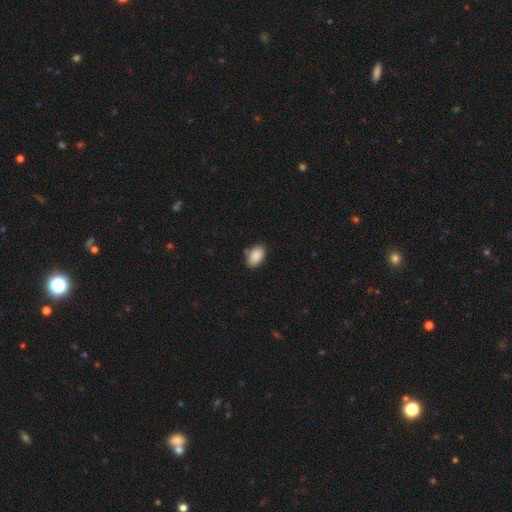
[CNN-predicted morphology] Smooth or featured? smooth (89%)
How rounded? in between (91%)
Merging? none (77%)